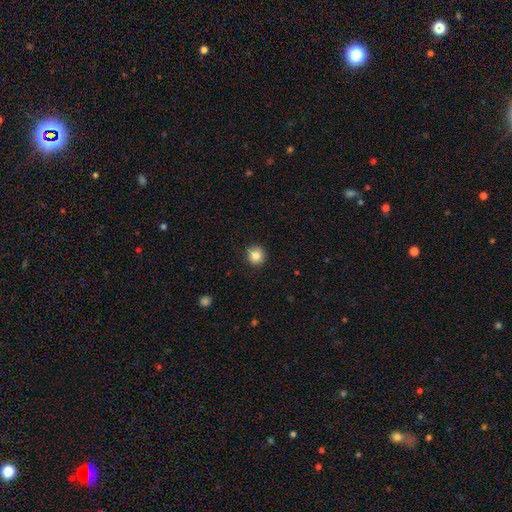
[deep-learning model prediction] smooth-or-featured: smooth: 84% | star or artifact: 10% | featured or disk: 6%
  how-rounded: round: 94% | in between: 5% | cigar-shaped: 1%
  merging: none: 92% | minor disturbance: 6% | major disturbance: 2% | merger: 1%